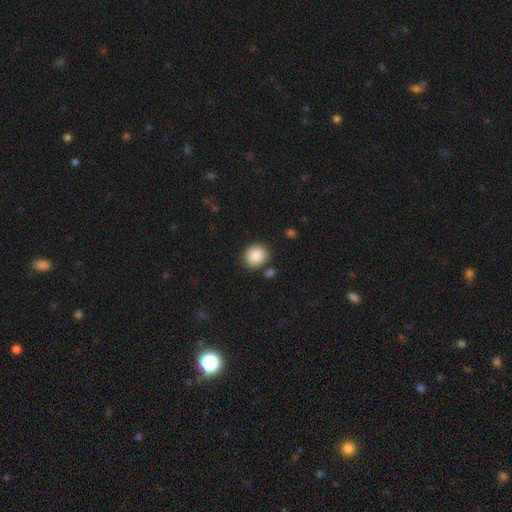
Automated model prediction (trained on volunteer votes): Smooth or featured?
  - smooth: 88% *
  - star or artifact: 8%
  - featured or disk: 4%
How rounded?
  - round: 72% *
  - in between: 27%
  - cigar-shaped: 1%
Merging?
  - none: 82% *
  - minor disturbance: 10%
  - merger: 5%
  - major disturbance: 3%